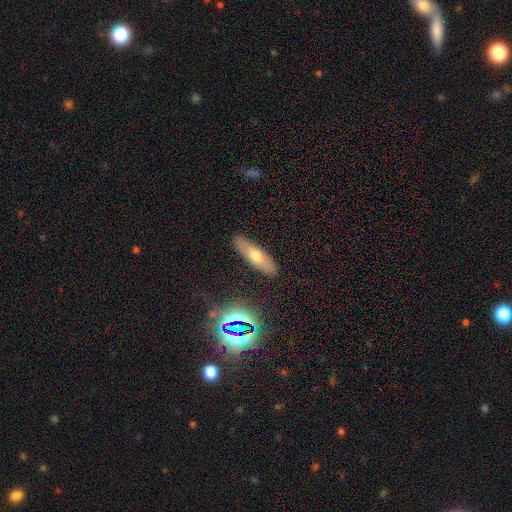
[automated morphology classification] The model was most divided on "how rounded": in between: 51%, cigar-shaped: 47%, round: 3%. More confident: merging — none (87%); smooth or featured — smooth (57%).